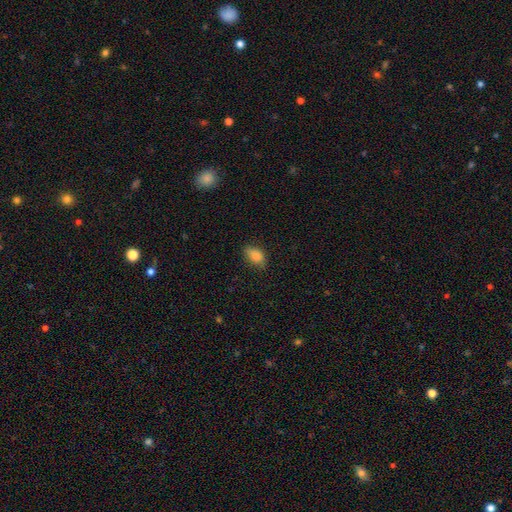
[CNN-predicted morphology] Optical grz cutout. It shows a smooth galaxy with no disk features (87%) that is in between round and cigar-shaped (88%). Merging: none (76%).